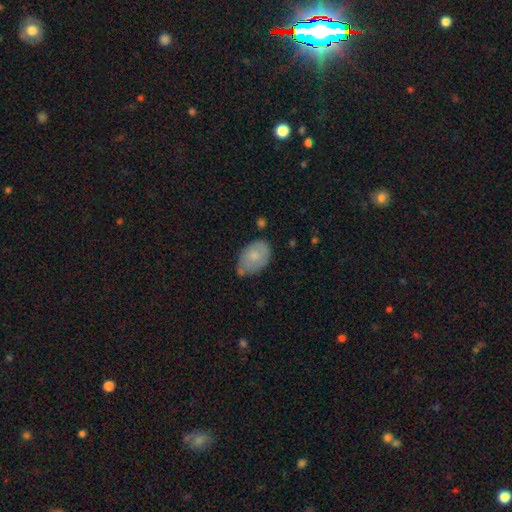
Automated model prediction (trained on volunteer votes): A smooth galaxy with no disk features (73%) that is in between round and cigar-shaped (87%). Merging: none (53%).